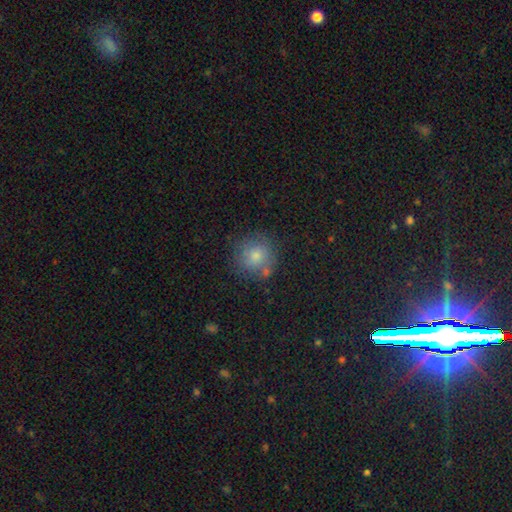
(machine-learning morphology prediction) The model was most divided on "smooth or featured": smooth: 73%, star or artifact: 15%, featured or disk: 11%. More confident: how rounded — round (90%); merging — none (75%).